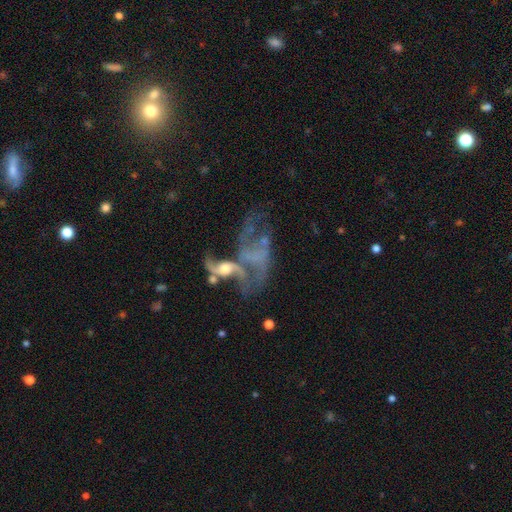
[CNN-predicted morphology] Overall: featured or disk (69%). Edge-on disk: no (96%). Bar: no (74%). Spiral arms: yes (53%; no 47%). Bulge size: none (39%; moderate 27%). Merging: merger (42%; major disturbance 35%).